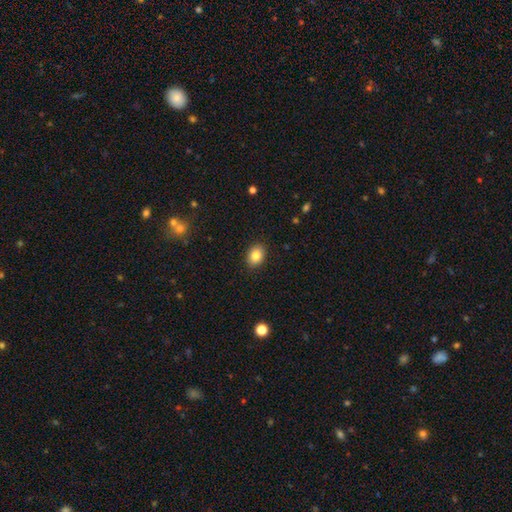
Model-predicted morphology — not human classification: Q: Smooth or featured?
A: smooth (83%); runner-up: star or artifact (9%)
Q: How rounded?
A: in between (70%); runner-up: round (29%)
Q: Merging?
A: none (89%); runner-up: minor disturbance (8%)